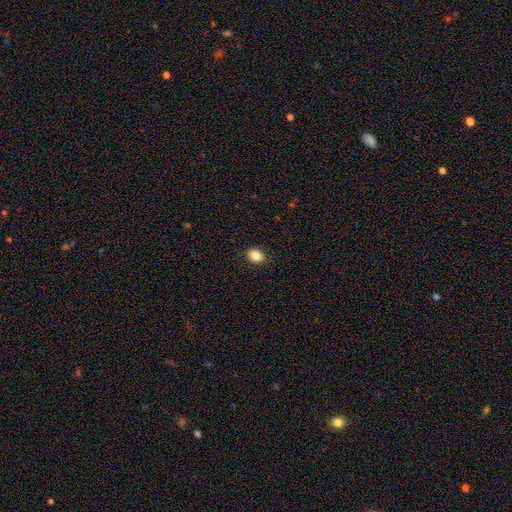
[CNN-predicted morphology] smooth 87%, star or artifact 9%, featured or disk 4%. Down the decision tree: how rounded — in between (67%); merging — none (89%).